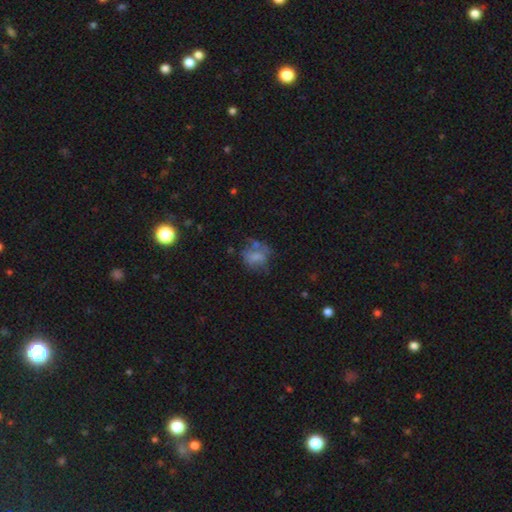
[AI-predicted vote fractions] smooth-or-featured: smooth: 57% | featured or disk: 30% | star or artifact: 13%
  how-rounded: round: 53% | in between: 45% | cigar-shaped: 1%
  merging: none: 41% | minor disturbance: 26% | major disturbance: 24% | merger: 9%